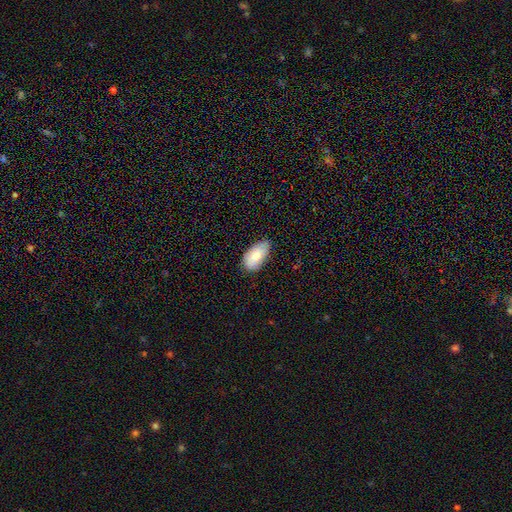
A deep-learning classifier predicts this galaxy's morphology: Smooth or featured?
  - smooth: 78% *
  - featured or disk: 15%
  - star or artifact: 7%
How rounded?
  - in between: 95% *
  - round: 3%
  - cigar-shaped: 2%
Merging?
  - none: 66% *
  - minor disturbance: 29%
  - major disturbance: 4%
  - merger: 1%